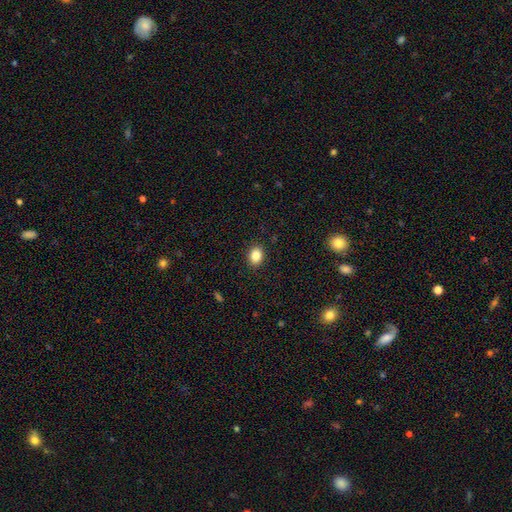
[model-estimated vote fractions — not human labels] A smooth galaxy with no disk features (85%) that is in between round and cigar-shaped (62%). Merging: none (89%).